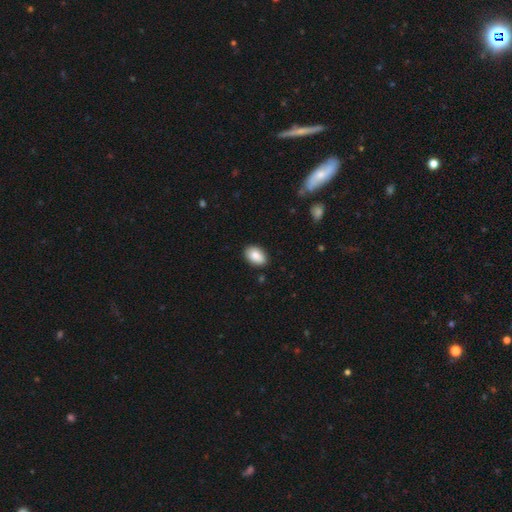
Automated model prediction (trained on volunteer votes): Smooth or featured? smooth (87%)
How rounded? in between (89%)
Merging? none (86%)